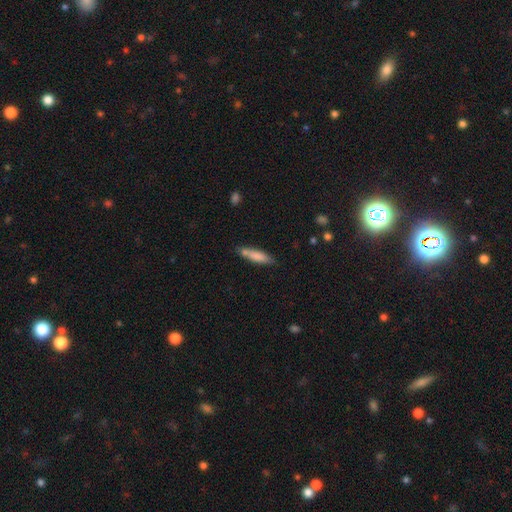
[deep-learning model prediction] Smooth or featured? smooth (78%)
How rounded? cigar-shaped (74%)
Merging? none (67%)